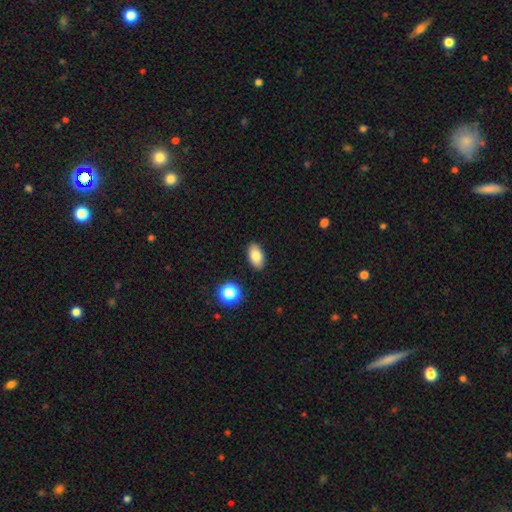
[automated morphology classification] This is clearly a smooth galaxy (82%). How rounded: clearly in between (91%). Merging: clearly none (88%).